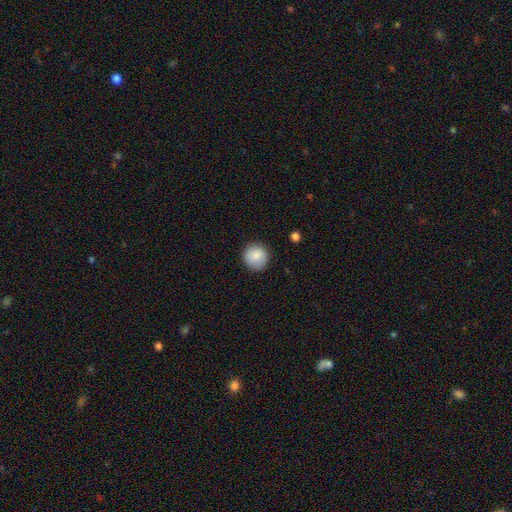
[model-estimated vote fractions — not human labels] Smooth or featured: smooth — 87% (star or artifact — 8%)
How rounded: round — 93% (in between — 6%)
Merging: none — 87% (minor disturbance — 9%)